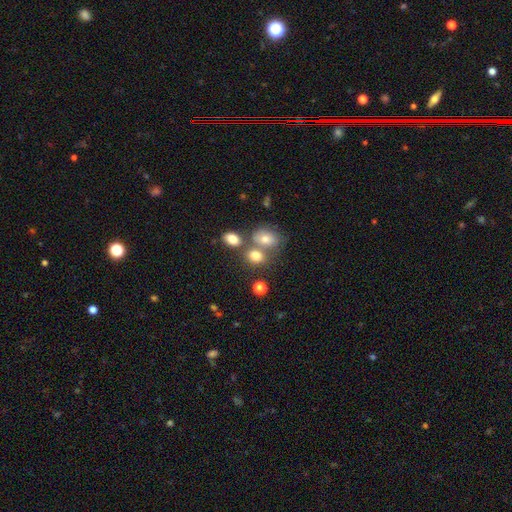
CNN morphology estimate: Smooth or featured? Predicted: smooth (p=0.75). How rounded? Predicted: in between (p=0.58). Merging? Predicted: none (p=0.45).